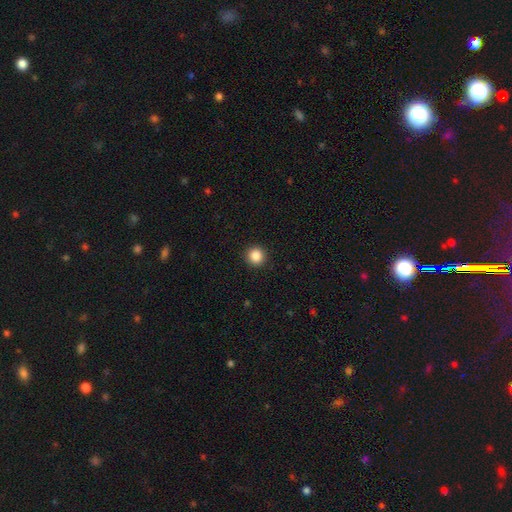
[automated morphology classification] Overall: smooth (87%). How rounded: round (94%). Merging: none (93%).